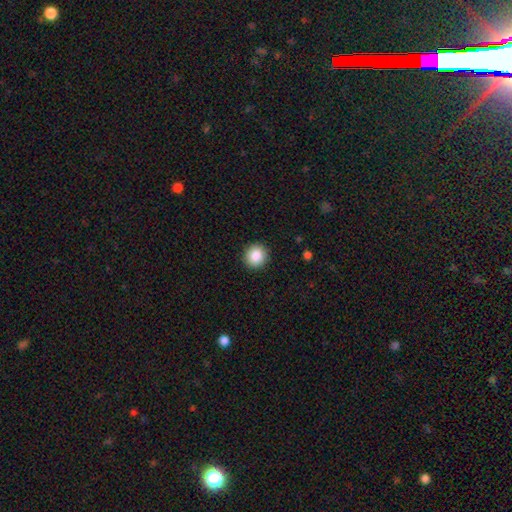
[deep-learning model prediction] Smooth or featured? Predicted: smooth (p=0.87). How rounded? Predicted: round (p=0.92). Merging? Predicted: none (p=0.92).